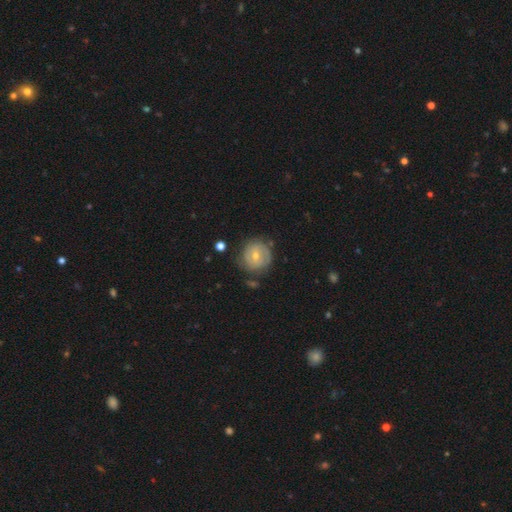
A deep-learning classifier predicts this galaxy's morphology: A featured or disk galaxy (64%) with no bar (55%), spiral arms (79%) and a moderate central bulge (52%).

Vote fractions:
- Smooth or featured? featured or disk: 64% / smooth: 29% / star or artifact: 7%
- Edge-on disk? no: 97% / yes: 3%
- Bar? no: 55% / weak: 38% / strong: 8%
- Spiral arms? yes: 79% / no: 21%
- Bulge size? moderate: 52% / small: 45% / large: 2% / none: 1% / dominant: 1%
- Merging? none: 71% / minor disturbance: 19% / major disturbance: 7% / merger: 3%